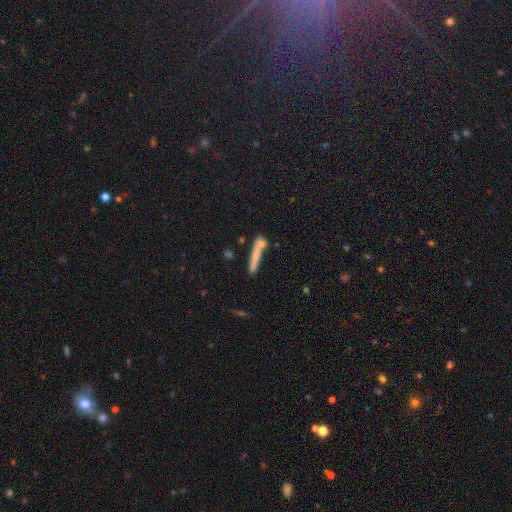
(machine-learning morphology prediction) smooth-or-featured: smooth: 67% | featured or disk: 24% | star or artifact: 9%
  how-rounded: cigar-shaped: 92% | in between: 5% | round: 2%
  merging: none: 59% | merger: 20% | minor disturbance: 14% | major disturbance: 6%